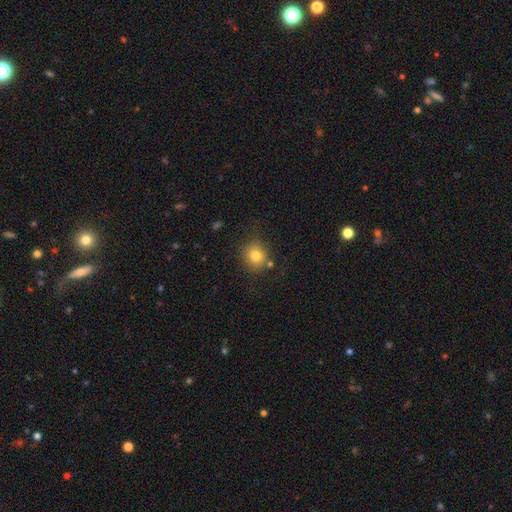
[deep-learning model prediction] Smooth or featured? smooth (79%)
How rounded? round (85%)
Merging? none (79%)